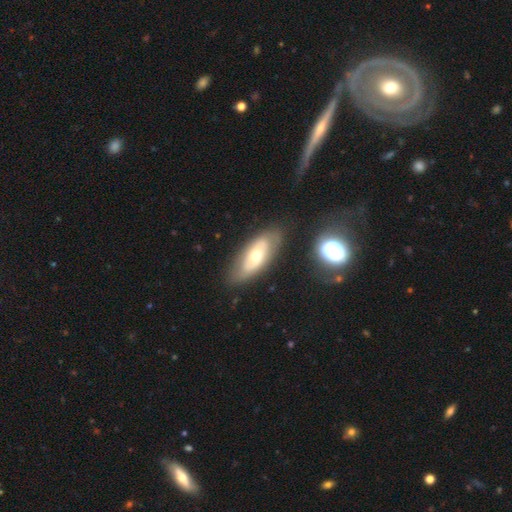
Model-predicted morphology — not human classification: A featured or disk galaxy (54%).

Vote fractions:
- Smooth or featured? featured or disk: 54% / smooth: 40% / star or artifact: 6%
- Edge-on disk? no: 83% / yes: 17%
- Merging? none: 78% / minor disturbance: 15% / major disturbance: 5% / merger: 3%